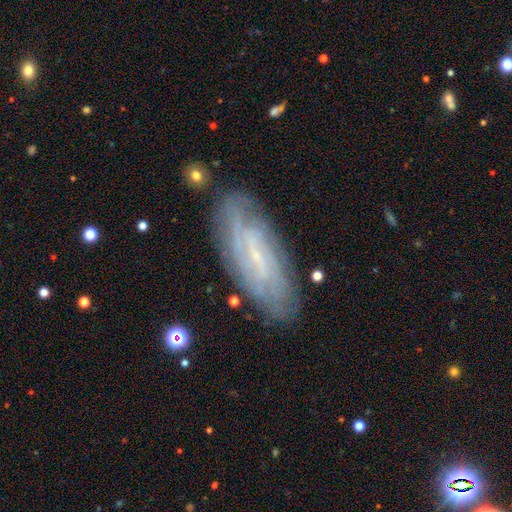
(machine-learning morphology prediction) This is likely a featured or disk galaxy (73%). It is clearly not viewed edge-on (85%). Bar: marginally weak (44%). Spiral arm pattern: clearly yes (87%). Spiral arm count: possibly can't tell (58%). Spiral winding: likely tight (65%). Central bulge: likely small (79%). Merging: likely none (80%).